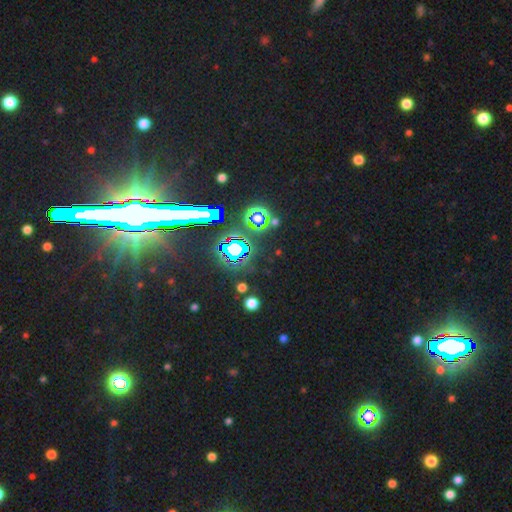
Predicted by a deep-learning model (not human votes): Overall: star or artifact (81%).